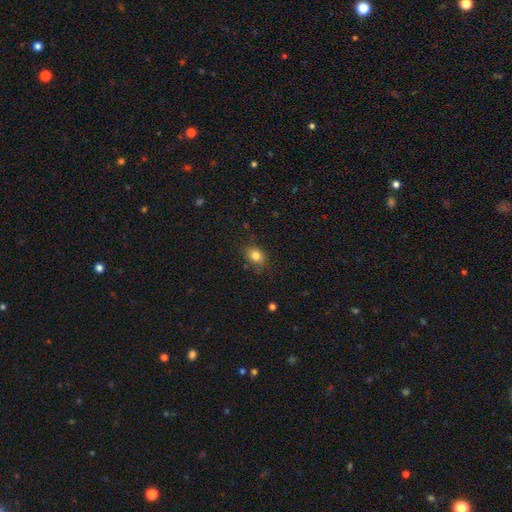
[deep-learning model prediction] This appears to be a smooth galaxy with no disk features (82%) that is in between round and cigar-shaped (57%). Merging: none (80%).